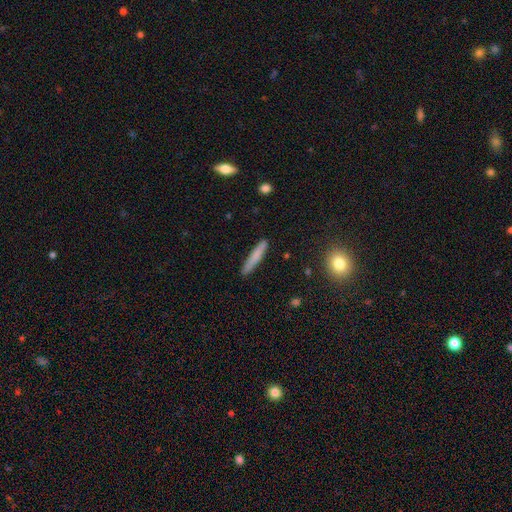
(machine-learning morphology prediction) smooth-or-featured: smooth: 75% | featured or disk: 19% | star or artifact: 6%
  how-rounded: cigar-shaped: 94% | in between: 5% | round: 2%
  merging: none: 87% | minor disturbance: 10% | major disturbance: 2% | merger: 2%